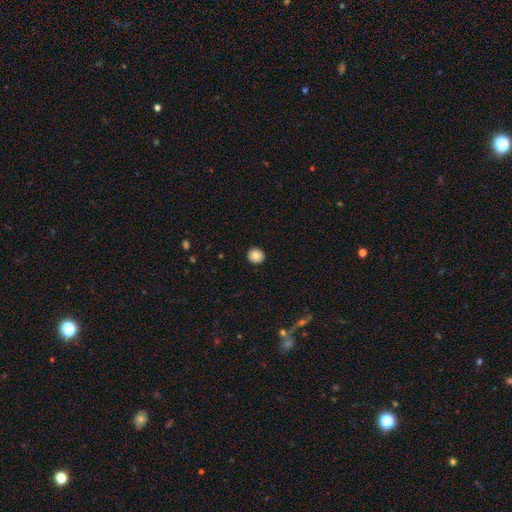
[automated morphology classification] Smooth or featured?
  - smooth: 80% *
  - featured or disk: 11%
  - star or artifact: 9%
How rounded?
  - round: 90% *
  - in between: 9%
  - cigar-shaped: 1%
Merging?
  - none: 92% *
  - minor disturbance: 6%
  - major disturbance: 2%
  - merger: 1%